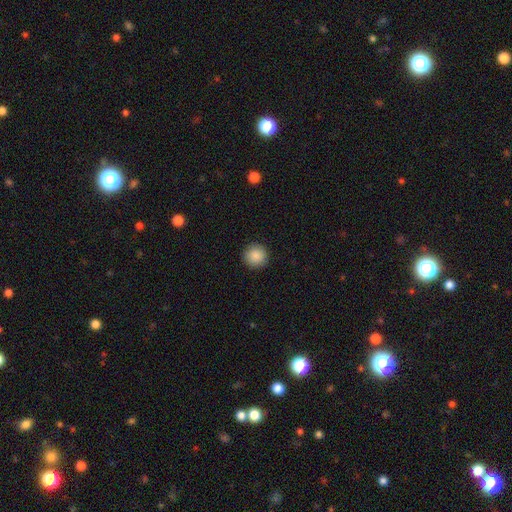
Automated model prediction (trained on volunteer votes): Smooth or featured? smooth (88%)
How rounded? round (94%)
Merging? none (92%)